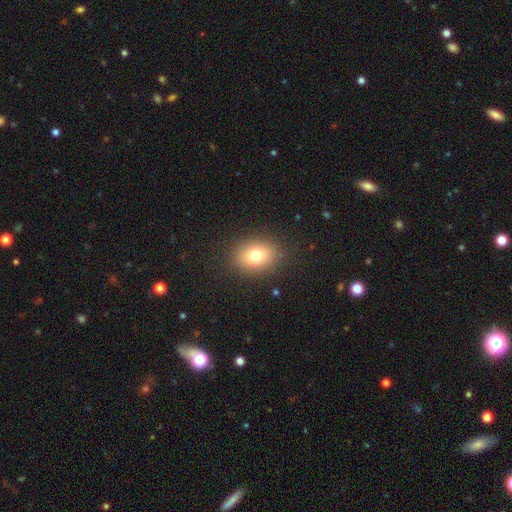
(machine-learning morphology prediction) A smooth galaxy with no disk features (79%) that is in between round and cigar-shaped (68%).

Vote fractions:
- Smooth or featured? smooth: 79% / star or artifact: 11% / featured or disk: 10%
- How rounded? in between: 68% / round: 31% / cigar-shaped: 1%
- Merging? none: 86% / minor disturbance: 9% / major disturbance: 4% / merger: 1%